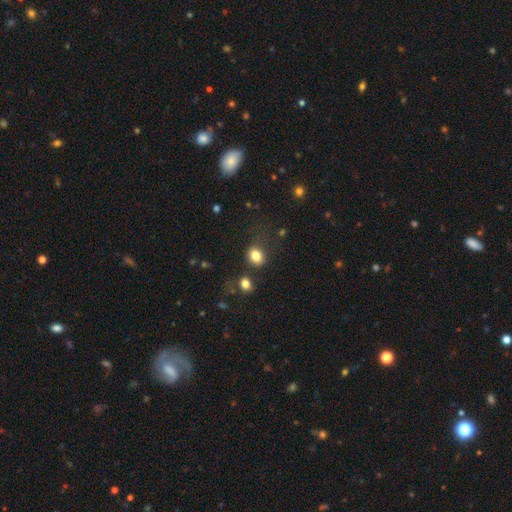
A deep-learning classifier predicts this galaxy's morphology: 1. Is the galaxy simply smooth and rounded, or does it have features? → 82% smooth, 12% star or artifact, 7% featured or disk.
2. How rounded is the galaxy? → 51% round, 48% in between, 1% cigar-shaped.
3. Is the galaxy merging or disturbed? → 66% none, 18% minor disturbance, 8% major disturbance, 8% merger.